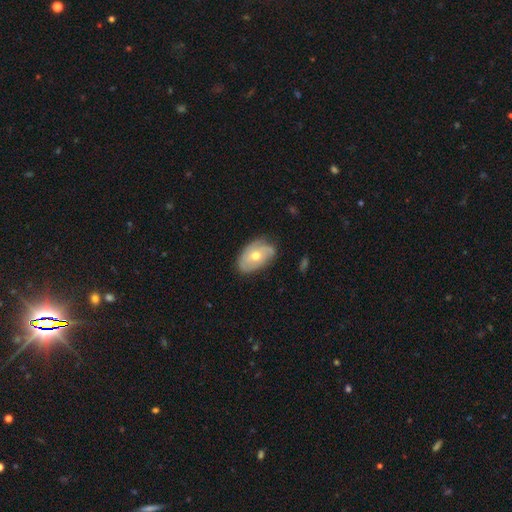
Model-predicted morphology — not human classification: smooth-or-featured: featured or disk: 63% | smooth: 32% | star or artifact: 6%
  disk-edge-on: no: 94% | yes: 6%
    bar: no: 79% | weak: 17% | strong: 3%
    has-spiral-arms: yes: 76% | no: 24%
    bulge-size: moderate: 73% | small: 22% | large: 3% | none: 1% | dominant: 1%
  merging: none: 66% | minor disturbance: 26% | major disturbance: 7% | merger: 1%